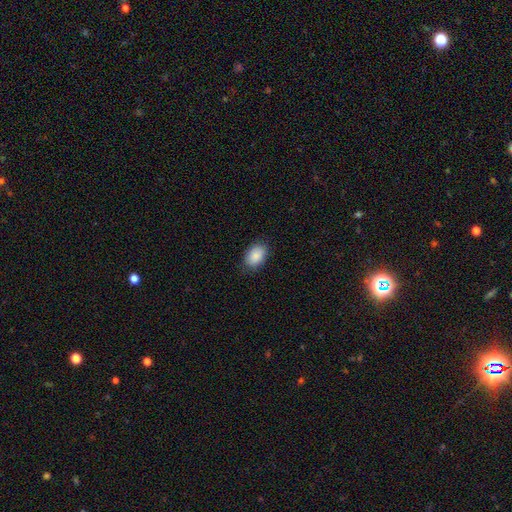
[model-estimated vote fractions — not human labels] Smooth or featured? smooth (88%)
How rounded? in between (84%)
Merging? none (83%)